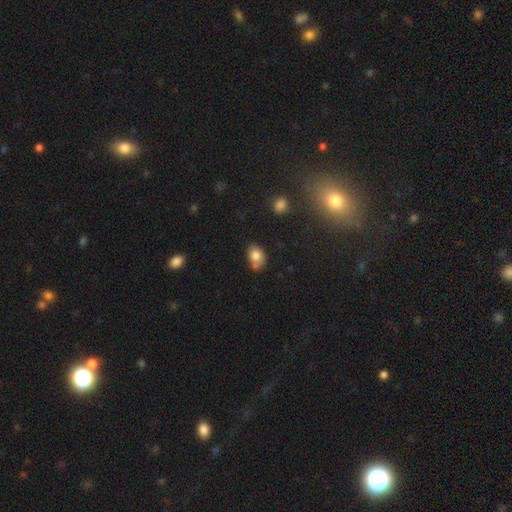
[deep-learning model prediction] Morphology: type=smooth (79%); roundness=in between (70%); merging=none (51%).